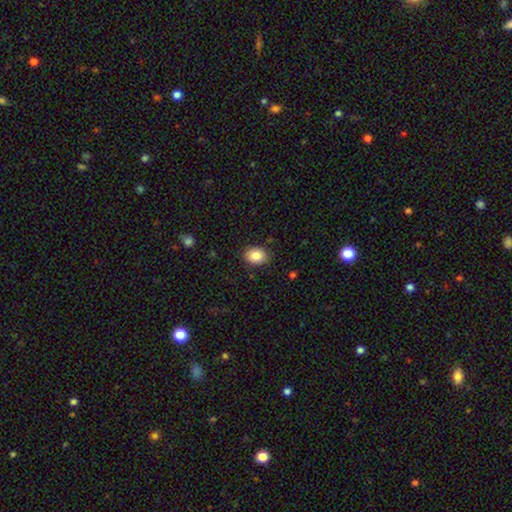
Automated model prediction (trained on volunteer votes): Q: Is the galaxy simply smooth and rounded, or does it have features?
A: smooth — 85%.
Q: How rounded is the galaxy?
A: in between — 64%.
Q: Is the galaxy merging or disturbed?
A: none — 87%.